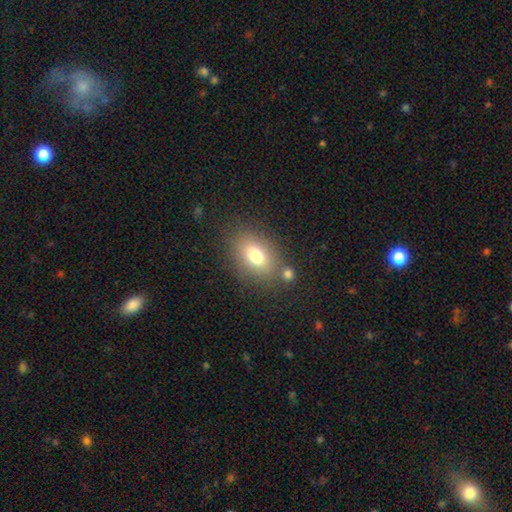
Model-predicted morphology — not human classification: A smooth galaxy with no disk features (76%) that is in between round and cigar-shaped (80%).

Vote fractions:
- Smooth or featured? smooth: 76% / featured or disk: 14% / star or artifact: 11%
- How rounded? in between: 80% / round: 18% / cigar-shaped: 2%
- Merging? none: 72% / minor disturbance: 12% / merger: 11% / major disturbance: 5%